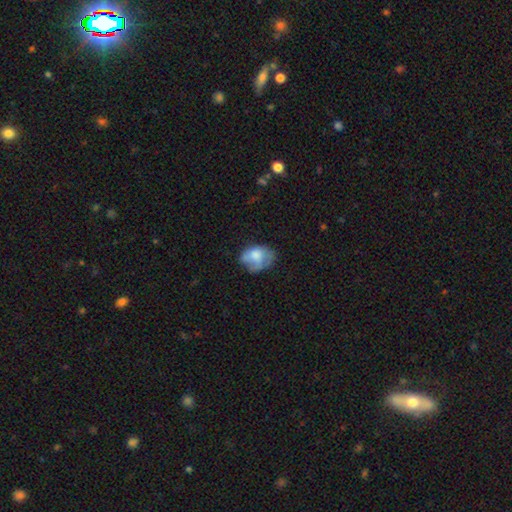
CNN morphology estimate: Q: Smooth or featured?
A: smooth (64%); runner-up: featured or disk (28%)
Q: How rounded?
A: in between (69%); runner-up: round (30%)
Q: Merging?
A: none (41%); runner-up: minor disturbance (34%)